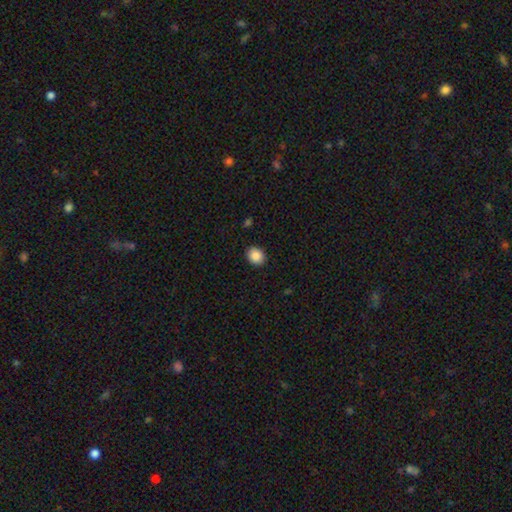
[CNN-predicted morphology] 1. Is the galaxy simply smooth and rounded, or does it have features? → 88% smooth, 8% star or artifact, 3% featured or disk.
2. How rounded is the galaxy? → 57% round, 43% in between, 1% cigar-shaped.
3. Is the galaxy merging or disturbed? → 91% none, 6% minor disturbance, 2% major disturbance, 1% merger.